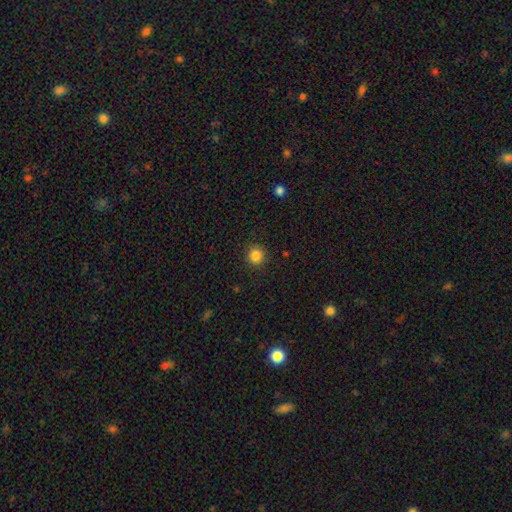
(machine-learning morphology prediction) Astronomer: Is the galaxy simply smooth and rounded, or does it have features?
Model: smooth — 85%.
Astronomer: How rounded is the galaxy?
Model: round — 92%.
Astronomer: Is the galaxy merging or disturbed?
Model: none — 90%.